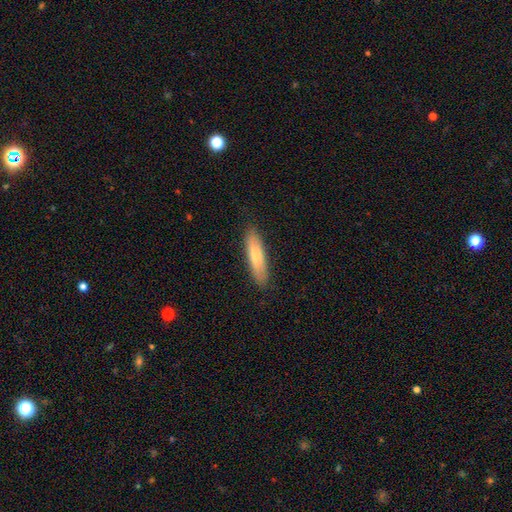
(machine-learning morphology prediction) This appears to be a smooth galaxy with no disk features (73%) that is cigar-shaped (75%). Merging: none (86%).